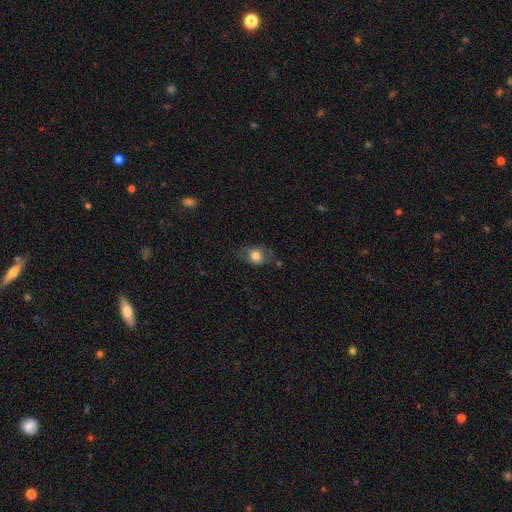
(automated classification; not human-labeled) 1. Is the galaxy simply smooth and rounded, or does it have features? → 71% smooth, 20% featured or disk, 8% star or artifact.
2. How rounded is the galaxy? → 61% in between, 37% round, 2% cigar-shaped.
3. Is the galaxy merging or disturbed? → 57% none, 26% minor disturbance, 13% major disturbance, 3% merger.